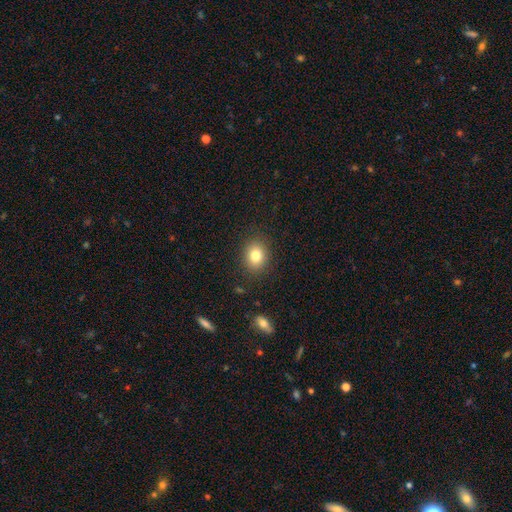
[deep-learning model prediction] Smooth or featured? smooth (81%)
How rounded? round (58%)
Merging? none (88%)